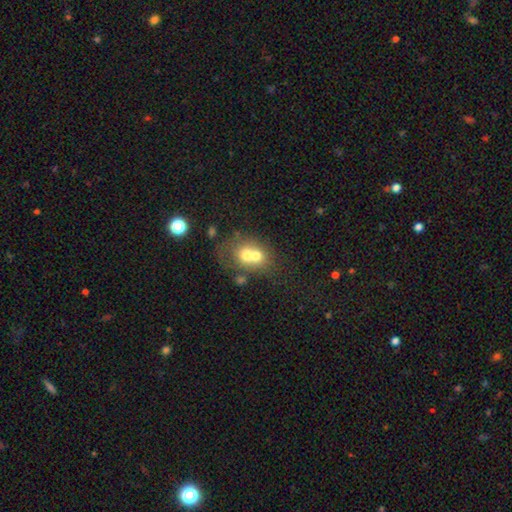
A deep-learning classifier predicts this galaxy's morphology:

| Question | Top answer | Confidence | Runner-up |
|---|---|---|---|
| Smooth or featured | smooth | 62% | featured or disk (27%) |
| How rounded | round | 61% | in between (38%) |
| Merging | merger | 67% | none (22%) |